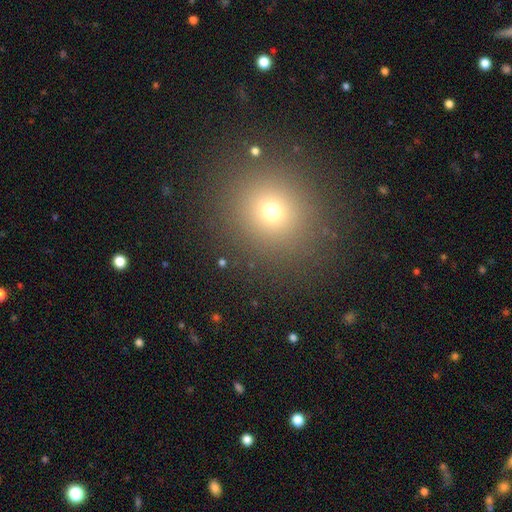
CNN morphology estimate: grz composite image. It shows a smooth galaxy with no disk features (63%) that is round (89%). Merging: none (91%).